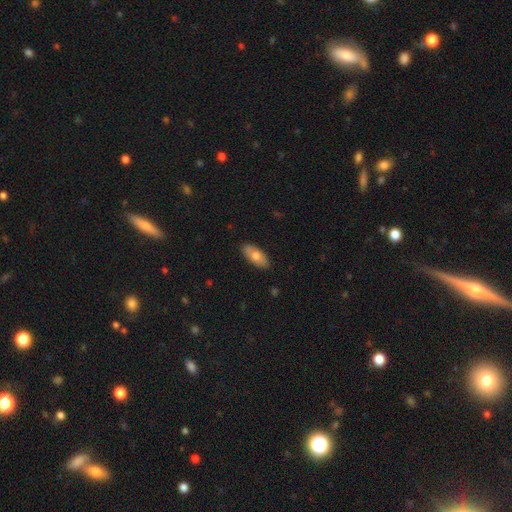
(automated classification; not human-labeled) Q: Smooth or featured?
A: smooth (69%); runner-up: featured or disk (25%)
Q: How rounded?
A: in between (88%); runner-up: cigar-shaped (10%)
Q: Merging?
A: none (88%); runner-up: minor disturbance (10%)